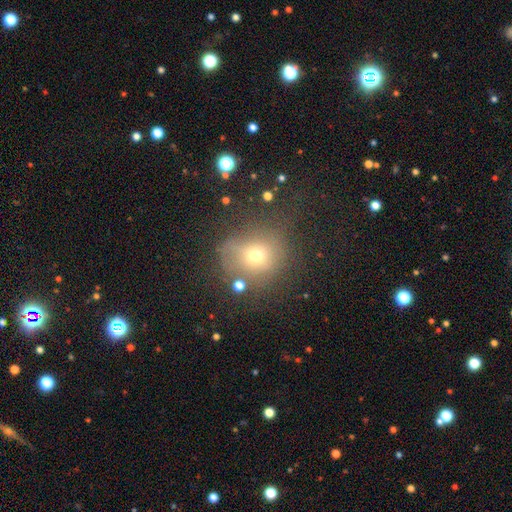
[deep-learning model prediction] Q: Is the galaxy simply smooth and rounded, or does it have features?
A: smooth — 63%.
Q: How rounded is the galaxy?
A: round — 83%.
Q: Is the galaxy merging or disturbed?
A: none — 56%.